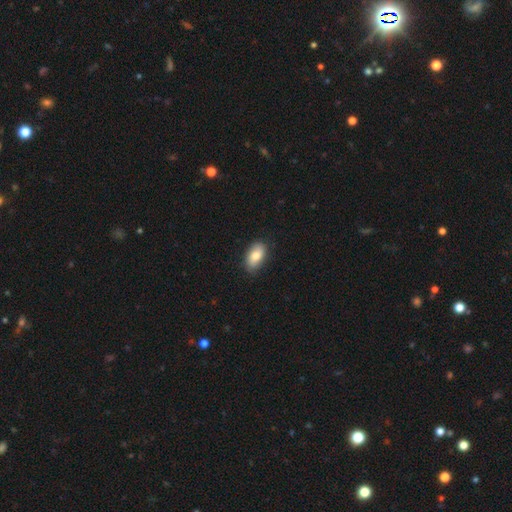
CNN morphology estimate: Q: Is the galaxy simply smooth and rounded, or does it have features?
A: smooth — 80%.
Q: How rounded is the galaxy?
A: in between — 92%.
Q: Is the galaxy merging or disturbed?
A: none — 82%.